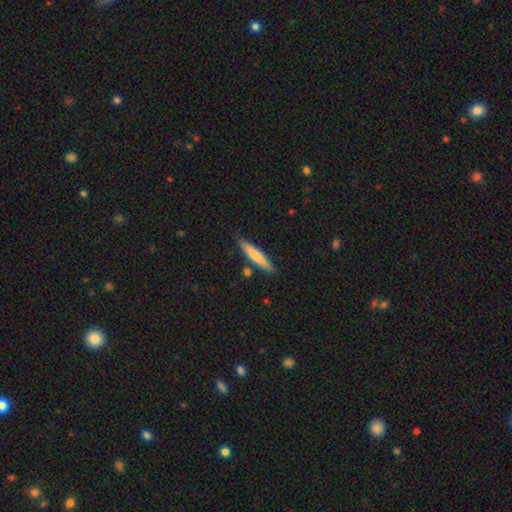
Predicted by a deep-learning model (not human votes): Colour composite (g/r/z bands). It shows a smooth galaxy with no disk features (69%) that is cigar-shaped (91%). Merging: none (84%).